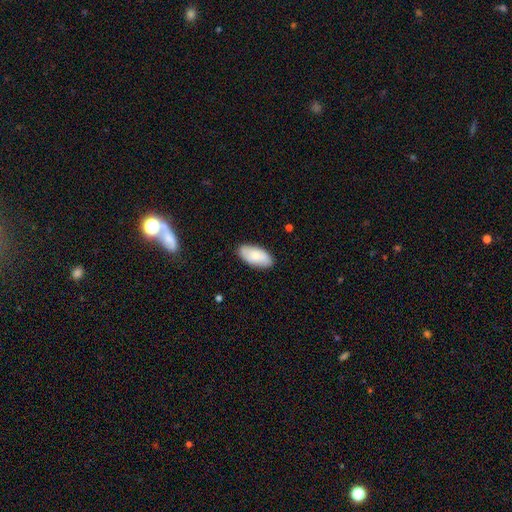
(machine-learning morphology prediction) type=smooth (79%); roundness=in between (93%); merging=none (86%).